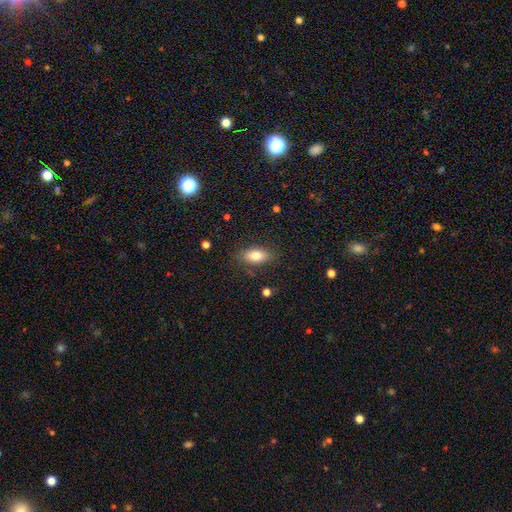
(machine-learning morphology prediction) Q: Smooth or featured?
A: smooth (81%); runner-up: featured or disk (11%)
Q: How rounded?
A: in between (87%); runner-up: cigar-shaped (8%)
Q: Merging?
A: none (82%); runner-up: minor disturbance (13%)